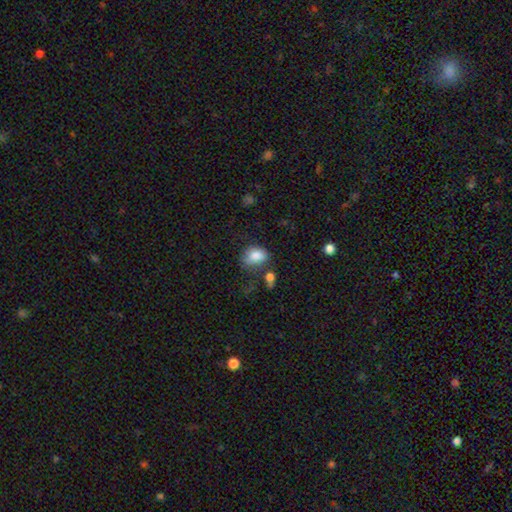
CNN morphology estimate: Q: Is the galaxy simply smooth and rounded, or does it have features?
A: smooth — 83%.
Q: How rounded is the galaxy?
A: in between — 69%.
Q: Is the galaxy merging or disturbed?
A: none — 55%.